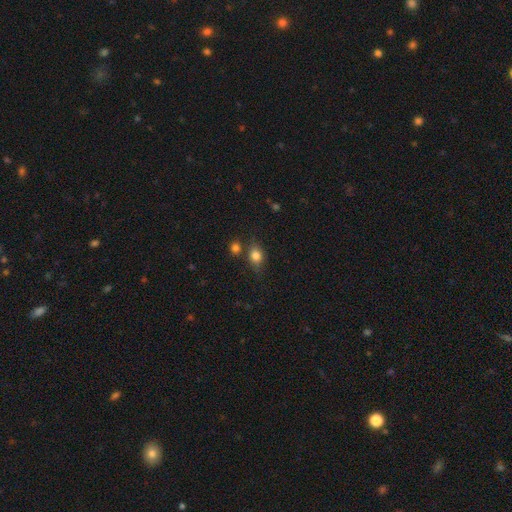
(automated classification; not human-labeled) smooth 80%, star or artifact 10%, featured or disk 10%. Down the decision tree: how rounded — in between (59%); merging — none (68%).